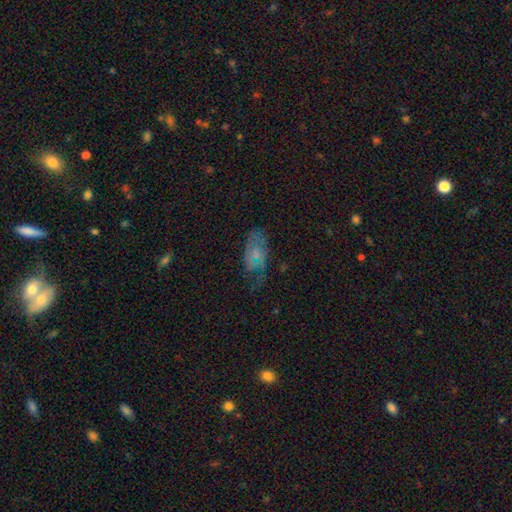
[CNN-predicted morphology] type=featured or disk (48%); merging=none (44%).